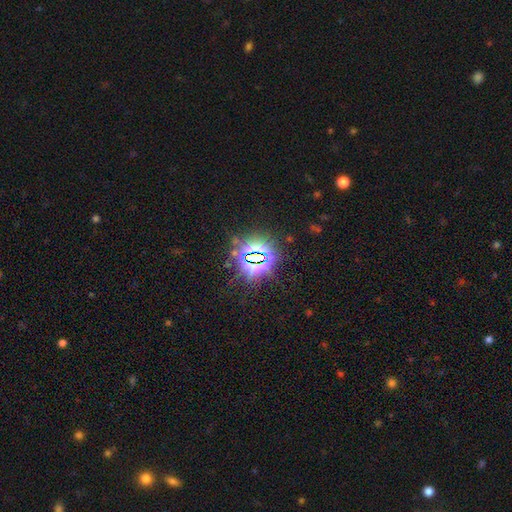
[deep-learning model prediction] Smooth or featured?
  - star or artifact: 81% *
  - smooth: 11%
  - featured or disk: 8%